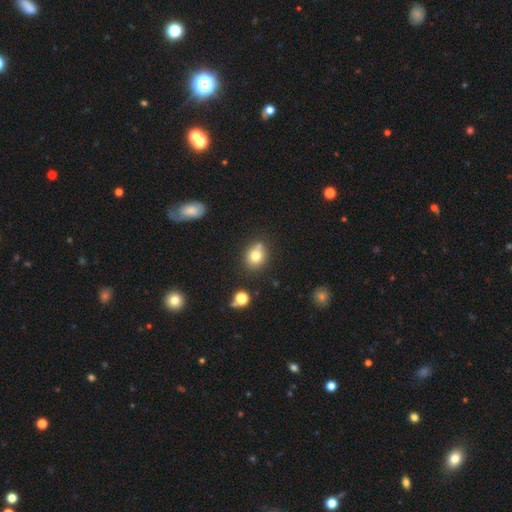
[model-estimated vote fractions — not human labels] Morphology: type=smooth (76%); roundness=round (71%); merging=none (65%).